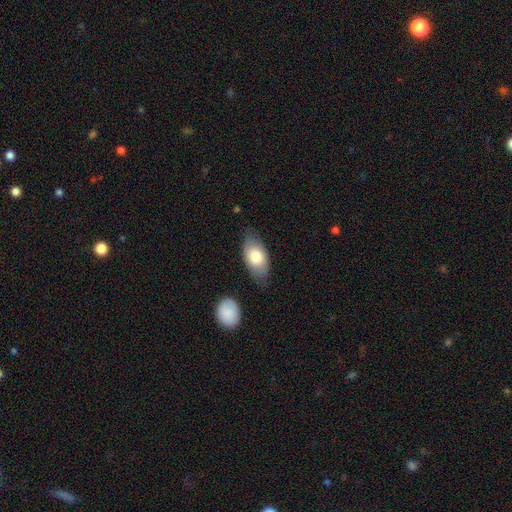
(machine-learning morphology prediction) smooth-or-featured: smooth: 75% | featured or disk: 19% | star or artifact: 6%
  how-rounded: in between: 92% | round: 4% | cigar-shaped: 4%
  merging: none: 72% | minor disturbance: 20% | major disturbance: 5% | merger: 3%